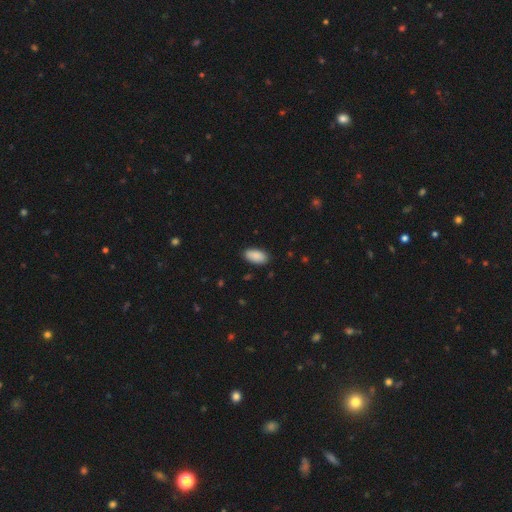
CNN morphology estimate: A smooth galaxy with no disk features (89%) that is in between round and cigar-shaped (95%). Merging: none (87%).